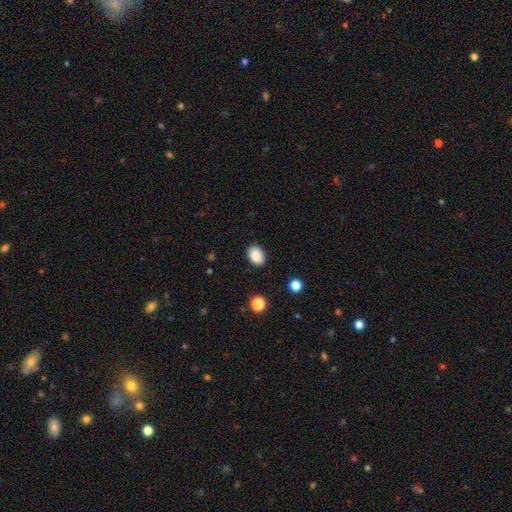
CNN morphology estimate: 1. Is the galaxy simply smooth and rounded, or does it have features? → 89% smooth, 8% star or artifact, 3% featured or disk.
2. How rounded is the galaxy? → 79% in between, 20% round, 1% cigar-shaped.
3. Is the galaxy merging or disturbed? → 87% none, 9% minor disturbance, 2% major disturbance, 1% merger.